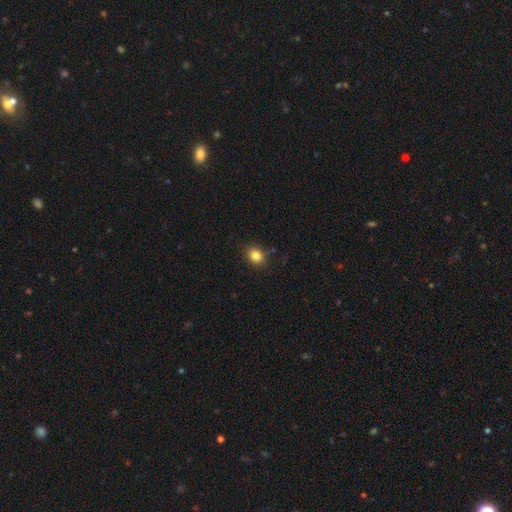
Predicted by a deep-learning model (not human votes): Smooth or featured?
  - smooth: 83% *
  - star or artifact: 11%
  - featured or disk: 5%
How rounded?
  - round: 62% *
  - in between: 37%
  - cigar-shaped: 1%
Merging?
  - none: 86% *
  - minor disturbance: 10%
  - major disturbance: 2%
  - merger: 2%